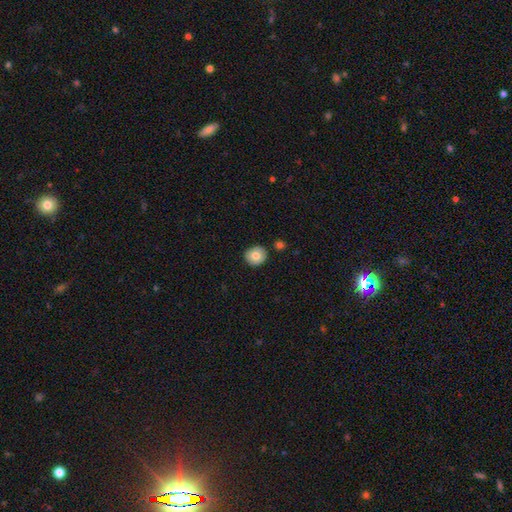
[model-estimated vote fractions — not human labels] Smooth or featured?
  - smooth: 78% *
  - featured or disk: 14%
  - star or artifact: 8%
How rounded?
  - round: 86% *
  - in between: 13%
  - cigar-shaped: 1%
Merging?
  - none: 86% *
  - minor disturbance: 9%
  - merger: 3%
  - major disturbance: 2%